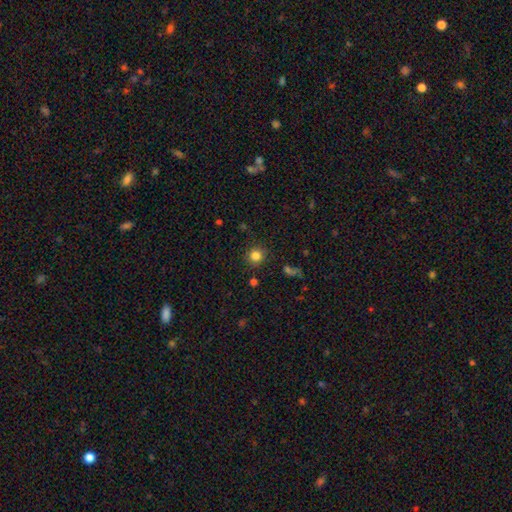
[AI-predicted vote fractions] Overall: smooth (82%). How rounded: round (91%). Merging: none (87%).